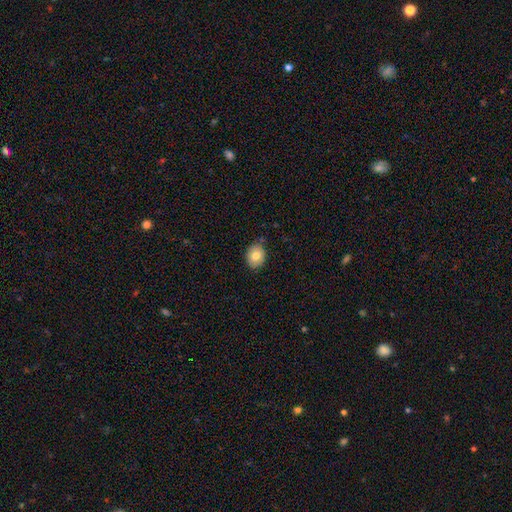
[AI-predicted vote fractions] smooth_or_featured: smooth (p=0.79) [alt: featured or disk p=0.13]
how_rounded: round (p=0.50) [alt: in between p=0.49]
merging: none (p=0.82) [alt: minor disturbance p=0.14]